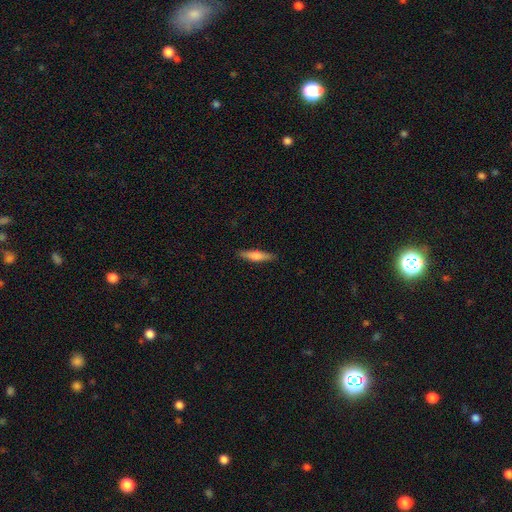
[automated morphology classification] smooth_or_featured: smooth (p=0.62) [alt: featured or disk p=0.32]
how_rounded: cigar-shaped (p=0.80) [alt: in between p=0.18]
merging: none (p=0.87) [alt: minor disturbance p=0.10]